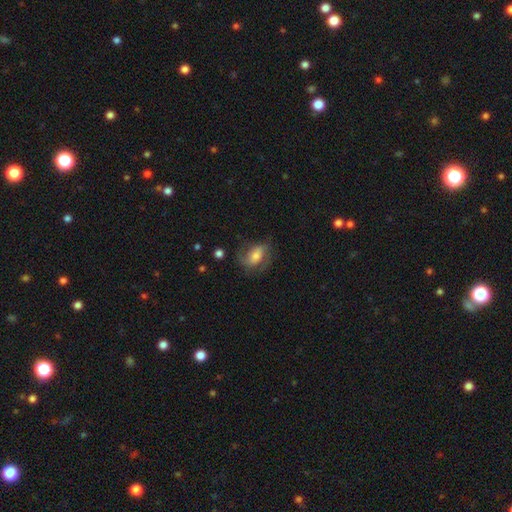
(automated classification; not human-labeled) Smooth or featured: featured or disk — 51% (smooth — 41%)
Edge-on disk: no — 95% (yes — 5%)
Merging: none — 60% (minor disturbance — 22%)